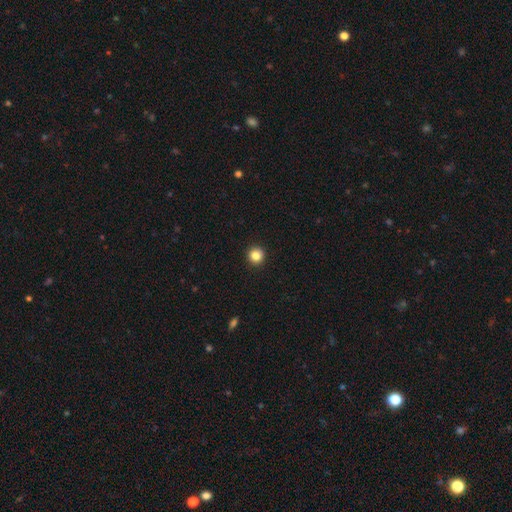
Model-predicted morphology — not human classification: Smooth or featured? Predicted: smooth (p=0.85). How rounded? Predicted: round (p=0.95). Merging? Predicted: none (p=0.94).